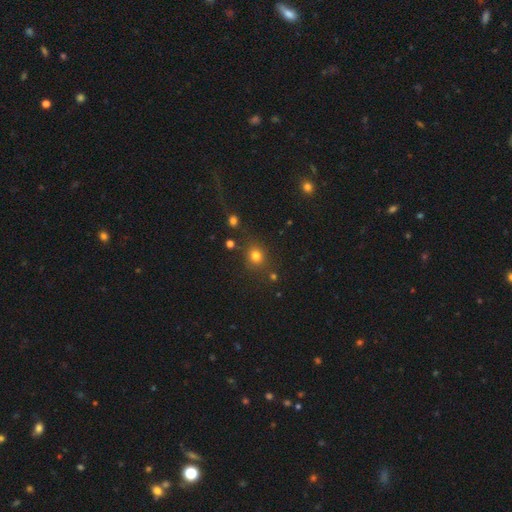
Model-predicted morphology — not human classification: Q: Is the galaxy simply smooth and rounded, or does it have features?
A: smooth — 76%.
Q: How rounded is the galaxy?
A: round — 81%.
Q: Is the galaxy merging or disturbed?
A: none — 79%.